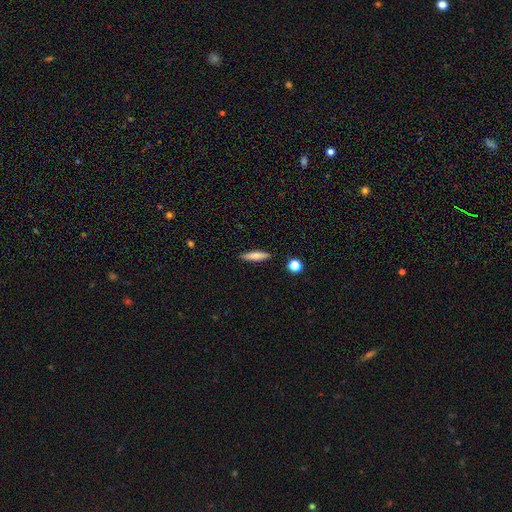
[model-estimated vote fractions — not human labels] smooth 66%, featured or disk 27%, star or artifact 7%. Down the decision tree: how rounded — cigar-shaped (78%); merging — none (88%).